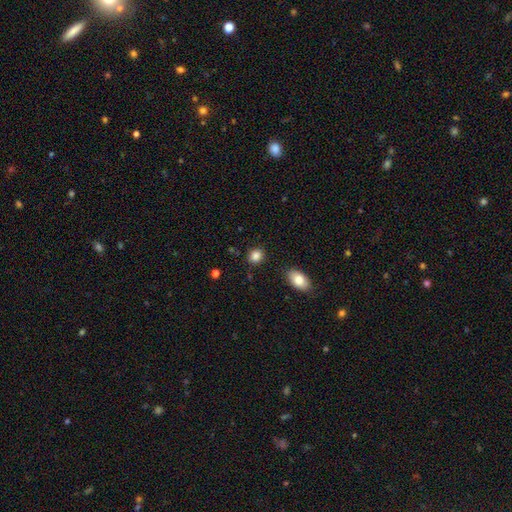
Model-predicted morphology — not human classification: Overall: smooth (86%). How rounded: round (67%; in between 32%). Merging: none (87%).